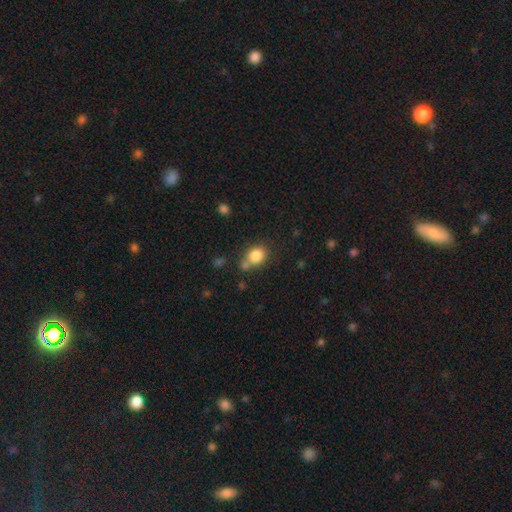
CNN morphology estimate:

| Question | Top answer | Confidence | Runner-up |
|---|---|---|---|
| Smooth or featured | smooth | 83% | star or artifact (10%) |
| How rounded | round | 67% | in between (32%) |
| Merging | none | 60% | merger (21%) |